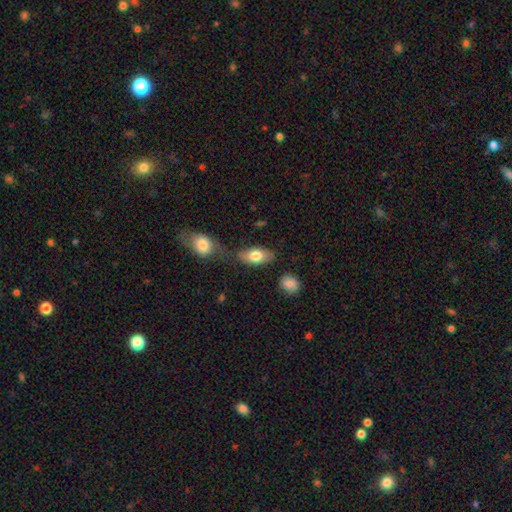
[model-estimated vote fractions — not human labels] Smooth or featured?
  - smooth: 78% *
  - featured or disk: 16%
  - star or artifact: 6%
How rounded?
  - in between: 91% *
  - cigar-shaped: 5%
  - round: 4%
Merging?
  - none: 63% *
  - minor disturbance: 16%
  - merger: 16%
  - major disturbance: 5%